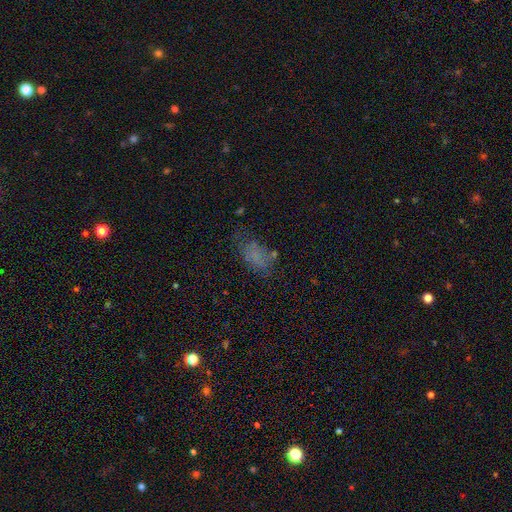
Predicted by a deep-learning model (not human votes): Smooth or featured?
  - smooth: 66% *
  - star or artifact: 17%
  - featured or disk: 17%
How rounded?
  - in between: 89% *
  - round: 6%
  - cigar-shaped: 5%
Merging?
  - none: 53% *
  - minor disturbance: 25%
  - major disturbance: 17%
  - merger: 5%